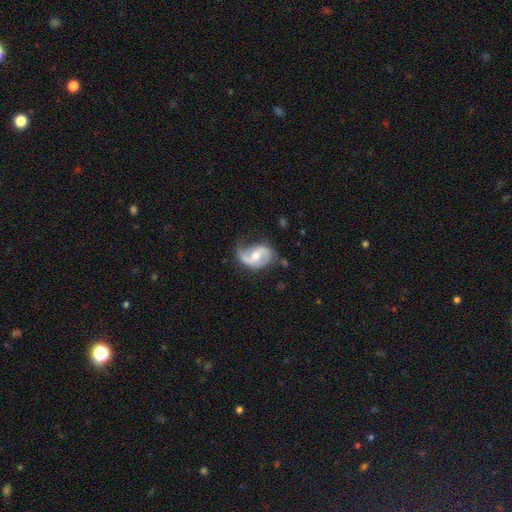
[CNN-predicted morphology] type=featured or disk (81%); edge-on=no (97%); bar=weak (42%); spiral arms=yes (92%); winding=loose (52%); arm count=2 (76%); bulge=moderate (69%); merging=none (51%).